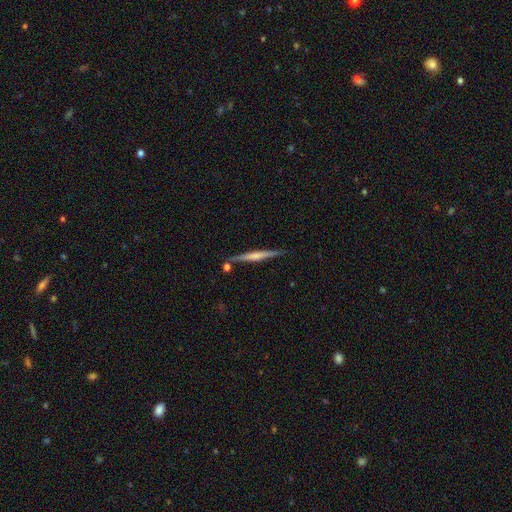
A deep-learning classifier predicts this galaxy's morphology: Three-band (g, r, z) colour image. It shows a featured or disk galaxy (58%) viewed edge-on (97%) with a rounded central bulge (41%). Merging: none (83%).